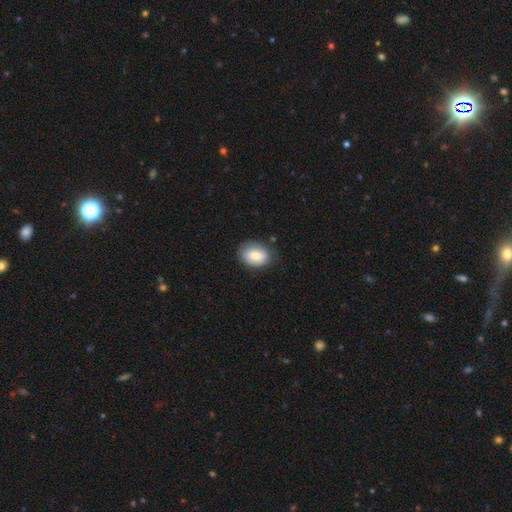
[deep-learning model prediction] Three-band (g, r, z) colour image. It shows a smooth galaxy with no disk features (80%) that is in between round and cigar-shaped (75%). Merging: none (76%).